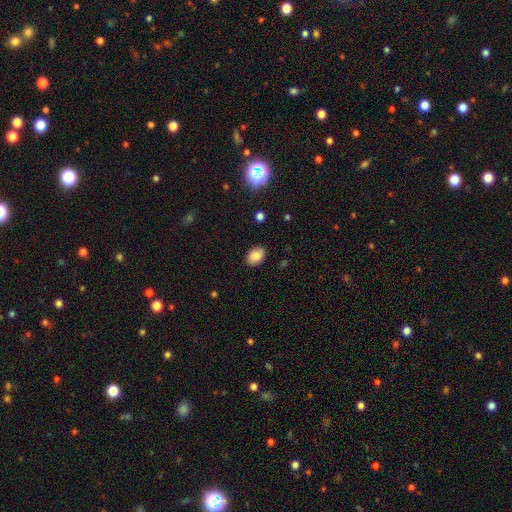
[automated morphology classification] Overall: smooth (84%). How rounded: in between (74%). Merging: none (87%).